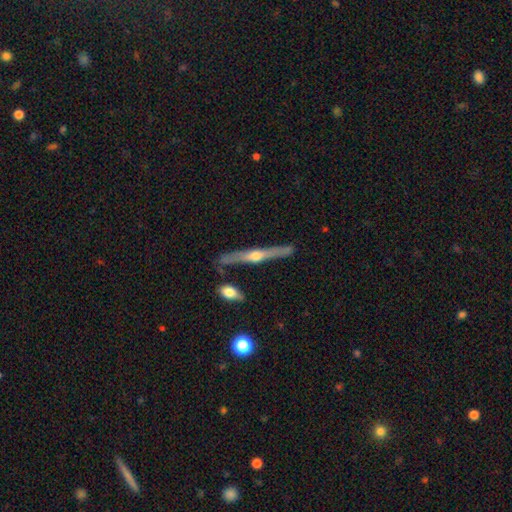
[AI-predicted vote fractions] Overall: featured or disk (73%). Edge-on disk: yes (97%). Edge-on bulge: rounded (90%). Merging: none (83%).